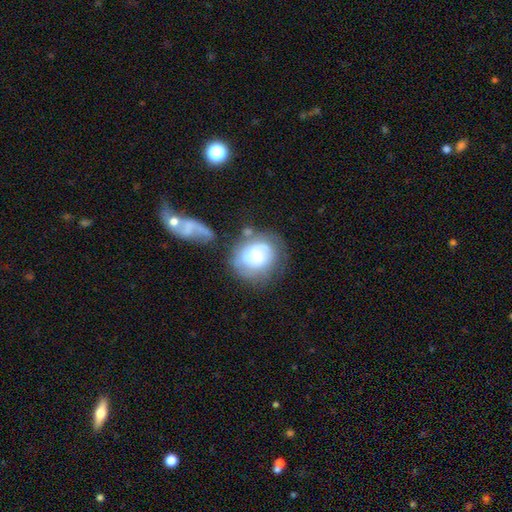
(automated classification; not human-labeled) Smooth or featured? featured or disk (48%)
Merging? none (46%)